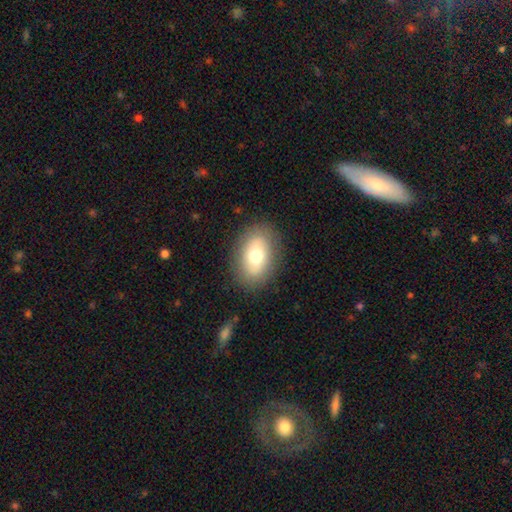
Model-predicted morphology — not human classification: Smooth or featured?
  - smooth: 67% *
  - featured or disk: 25%
  - star or artifact: 8%
How rounded?
  - in between: 83% *
  - round: 16%
  - cigar-shaped: 1%
Merging?
  - none: 84% *
  - minor disturbance: 10%
  - major disturbance: 4%
  - merger: 1%